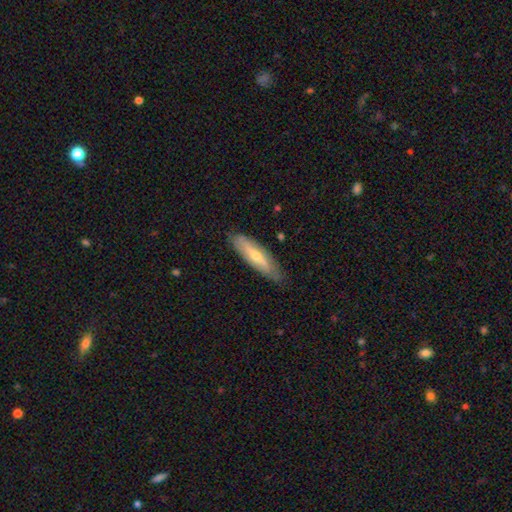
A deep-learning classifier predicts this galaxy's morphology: A featured or disk galaxy (48%).

Vote fractions:
- Smooth or featured? featured or disk: 48% / smooth: 46% / star or artifact: 6%
- Merging? none: 81% / minor disturbance: 15% / major disturbance: 3% / merger: 1%